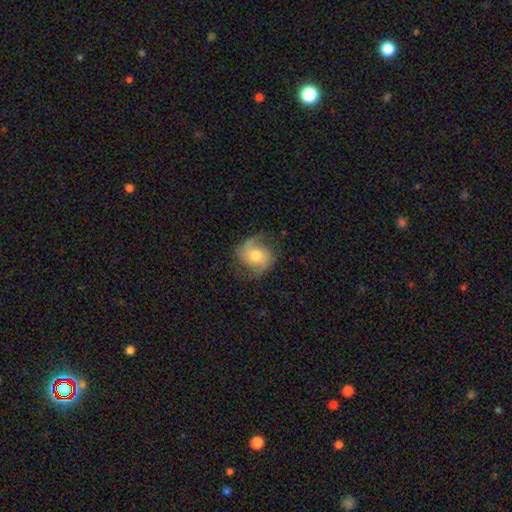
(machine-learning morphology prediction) Smooth or featured? Predicted: featured or disk (p=0.57). Edge-on disk? Predicted: no (p=0.96). Bar? Predicted: no (p=0.68). Spiral arms? Predicted: yes (p=0.87). Bulge size? Predicted: moderate (p=0.69). Merging? Predicted: none (p=0.65).